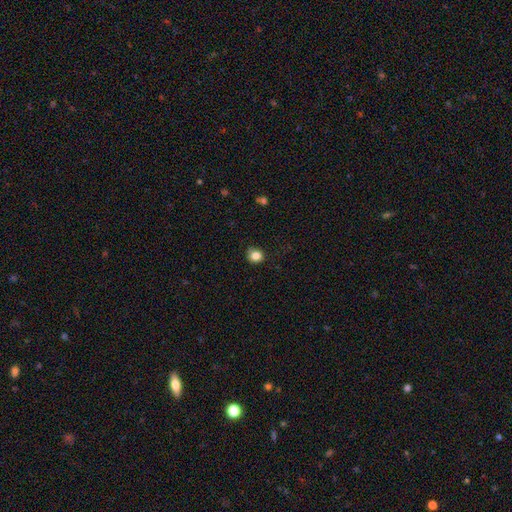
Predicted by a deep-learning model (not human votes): Smooth or featured? smooth (84%)
How rounded? round (79%)
Merging? none (75%)